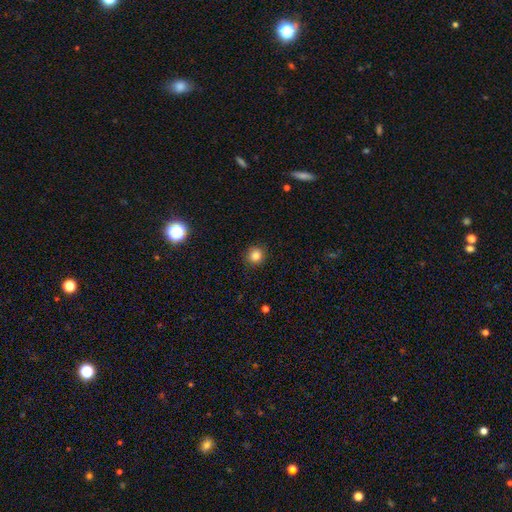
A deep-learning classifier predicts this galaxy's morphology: The model was most divided on "smooth or featured": smooth: 83%, star or artifact: 12%, featured or disk: 4%. More confident: how rounded — round (90%); merging — none (90%).